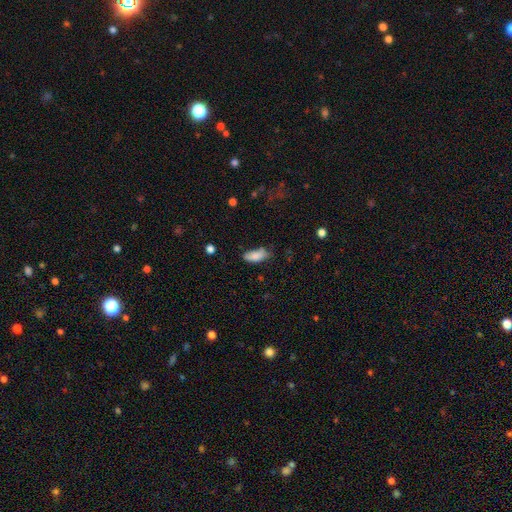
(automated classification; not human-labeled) A smooth galaxy with no disk features (85%) that is in between round and cigar-shaped (87%). Merging: none (58%).